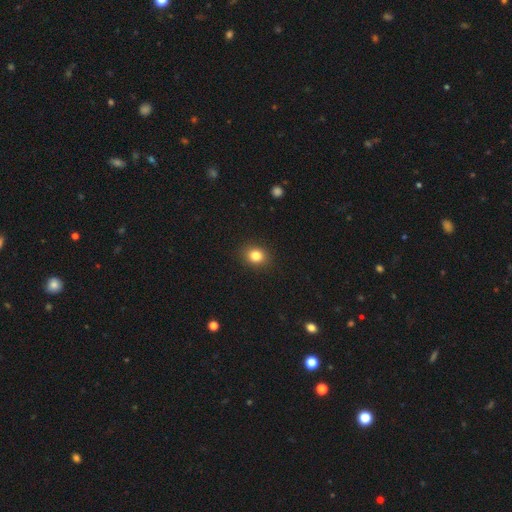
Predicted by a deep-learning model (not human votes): Smooth or featured? Predicted: smooth (p=0.83). How rounded? Predicted: round (p=0.62). Merging? Predicted: none (p=0.89).